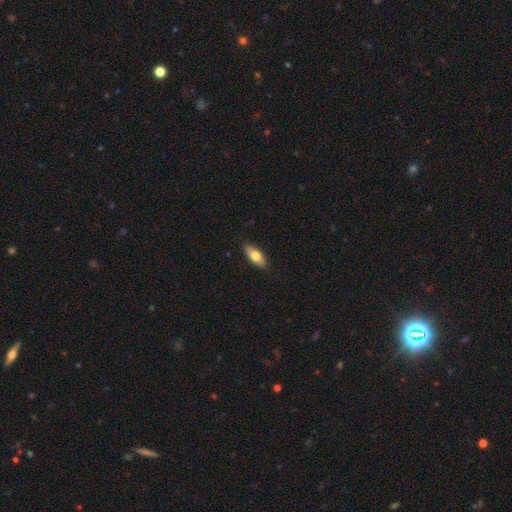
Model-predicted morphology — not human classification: A smooth galaxy with no disk features (73%) that is in between round and cigar-shaped (83%).

Vote fractions:
- Smooth or featured? smooth: 73% / featured or disk: 20% / star or artifact: 6%
- How rounded? in between: 83% / cigar-shaped: 15% / round: 3%
- Merging? none: 88% / minor disturbance: 9% / major disturbance: 2% / merger: 1%